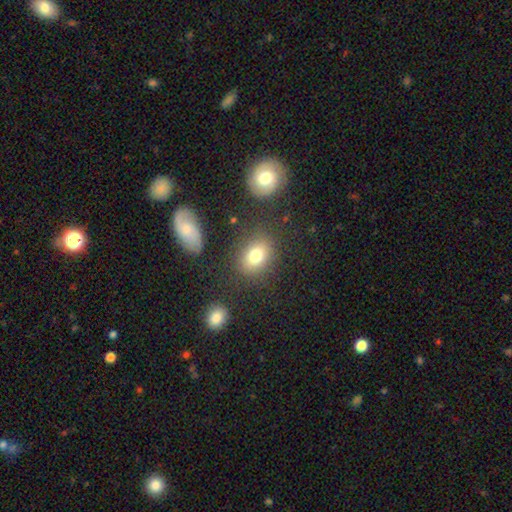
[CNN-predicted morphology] Smooth or featured? smooth (77%)
How rounded? in between (57%)
Merging? none (81%)